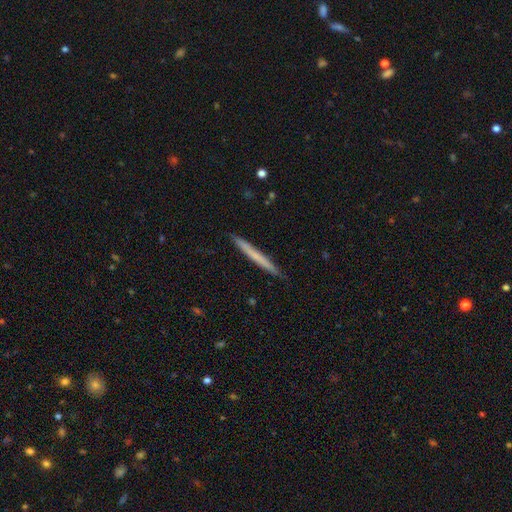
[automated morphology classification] smooth-or-featured: smooth: 60% | featured or disk: 35% | star or artifact: 5%
  how-rounded: cigar-shaped: 97% | in between: 2% | round: 1%
  merging: none: 91% | minor disturbance: 7% | major disturbance: 1% | merger: 1%